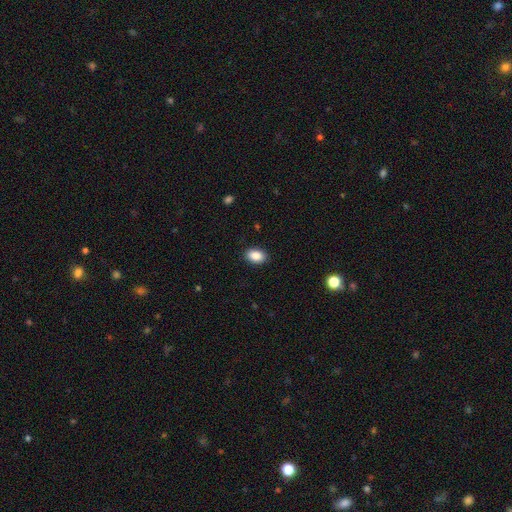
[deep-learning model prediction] Morphology: type=smooth (89%); roundness=in between (87%); merging=none (89%).